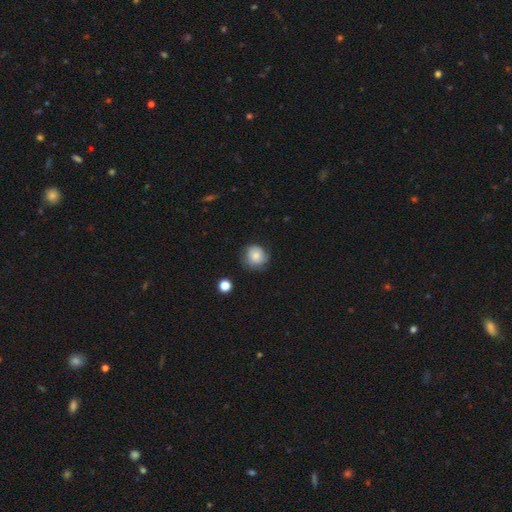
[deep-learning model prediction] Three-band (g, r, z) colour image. It shows a smooth galaxy with no disk features (73%) that is round (82%). Merging: none (68%).